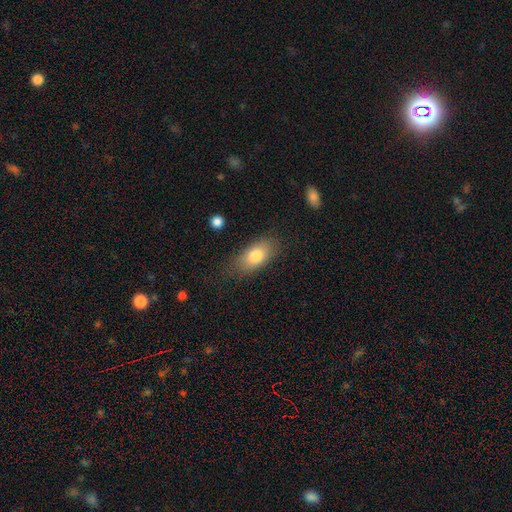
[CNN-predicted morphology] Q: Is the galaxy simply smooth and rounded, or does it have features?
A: smooth — 78%.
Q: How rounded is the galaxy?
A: in between — 87%.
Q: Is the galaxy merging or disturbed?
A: none — 73%.